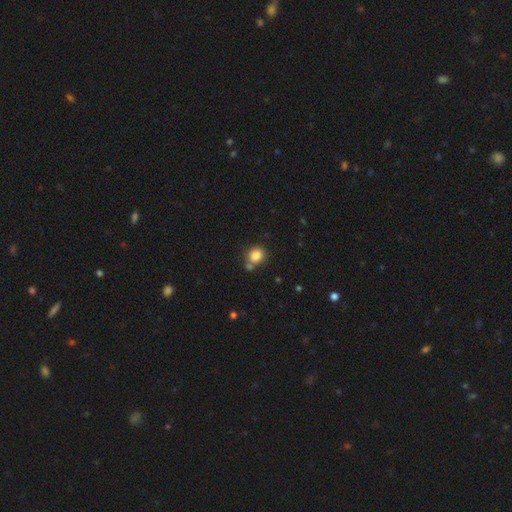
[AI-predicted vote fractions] Smooth or featured? Predicted: smooth (p=0.84). How rounded? Predicted: round (p=0.77). Merging? Predicted: none (p=0.63).